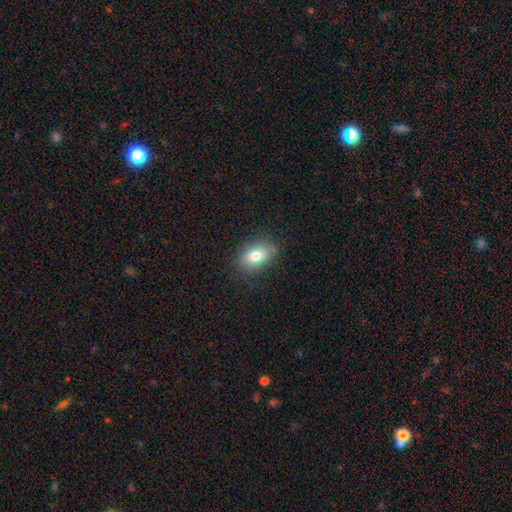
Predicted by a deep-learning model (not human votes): Smooth or featured: smooth — 79% (featured or disk — 12%)
How rounded: in between — 84% (round — 14%)
Merging: none — 81% (minor disturbance — 14%)